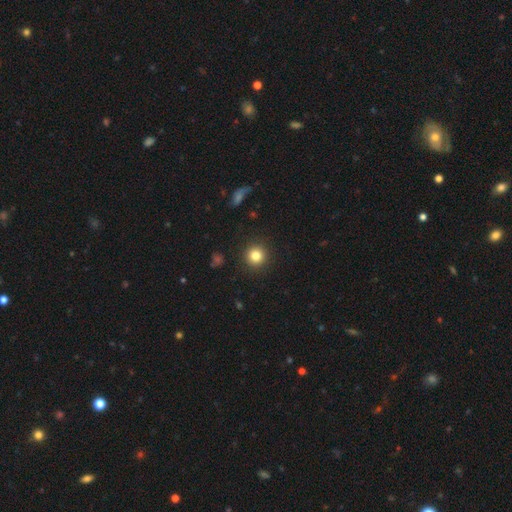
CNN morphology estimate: Overall: smooth (82%). How rounded: round (94%). Merging: none (92%).